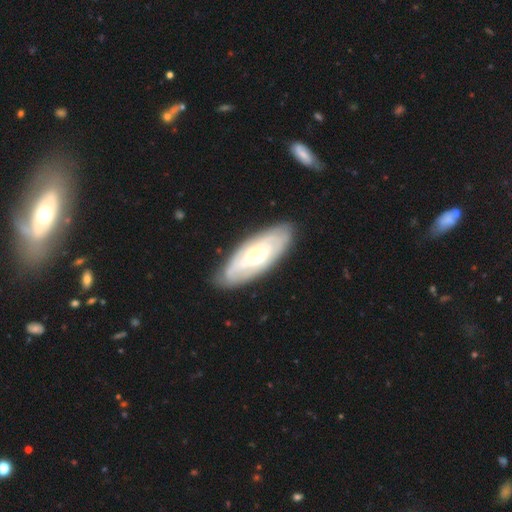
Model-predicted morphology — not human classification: smooth_or_featured: featured or disk (p=0.68) [alt: smooth p=0.27]
disk_edge_on: no (p=0.86) [alt: yes p=0.14]
bar: no (p=0.64) [alt: weak p=0.28]
has_spiral_arms: yes (p=0.78) [alt: no p=0.22]
bulge_size: moderate (p=0.54) [alt: small p=0.38]
merging: none (p=0.82) [alt: minor disturbance p=0.13]